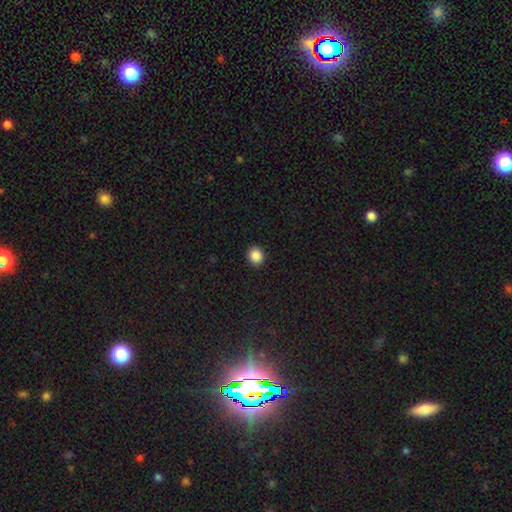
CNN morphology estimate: type=smooth (88%); roundness=round (80%); merging=none (91%).